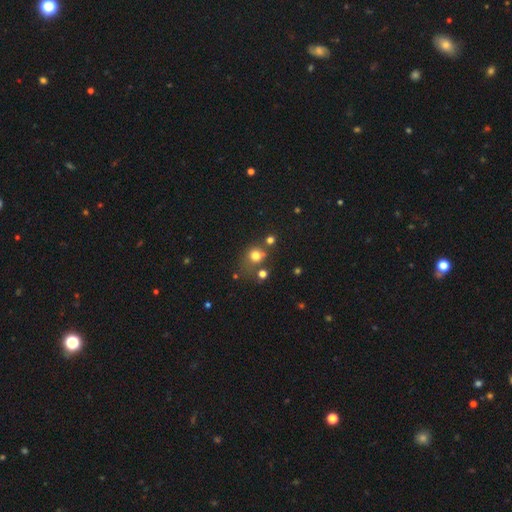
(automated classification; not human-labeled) Smooth or featured? smooth (72%)
How rounded? round (78%)
Merging? none (52%)